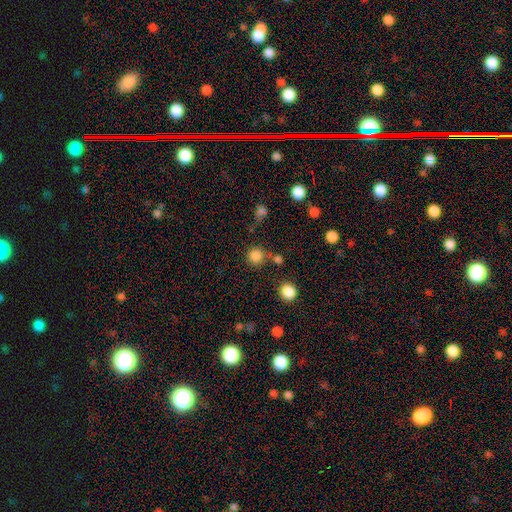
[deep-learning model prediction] A smooth galaxy with no disk features (82%) that is round (93%).

Vote fractions:
- Smooth or featured? smooth: 82% / star or artifact: 13% / featured or disk: 5%
- How rounded? round: 93% / in between: 6% / cigar-shaped: 1%
- Merging? none: 74% / merger: 12% / minor disturbance: 9% / major disturbance: 5%